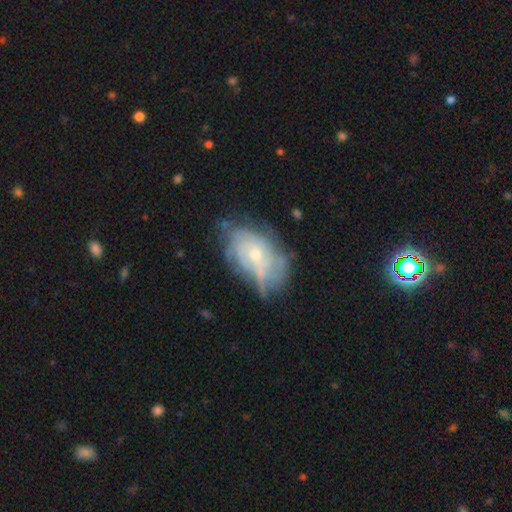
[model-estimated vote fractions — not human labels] Q: Smooth or featured?
A: featured or disk (73%); runner-up: smooth (19%)
Q: Edge-on disk?
A: no (96%); runner-up: yes (4%)
Q: Bar?
A: no (74%); runner-up: weak (23%)
Q: Spiral arms?
A: yes (78%); runner-up: no (22%)
Q: Spiral winding?
A: tight (60%); runner-up: medium (28%)
Q: Spiral arm count?
A: can't tell (60%); runner-up: 2 (12%)
Q: Bulge size?
A: moderate (47%); tied with: small (47%)
Q: Merging?
A: none (50%); runner-up: minor disturbance (30%)